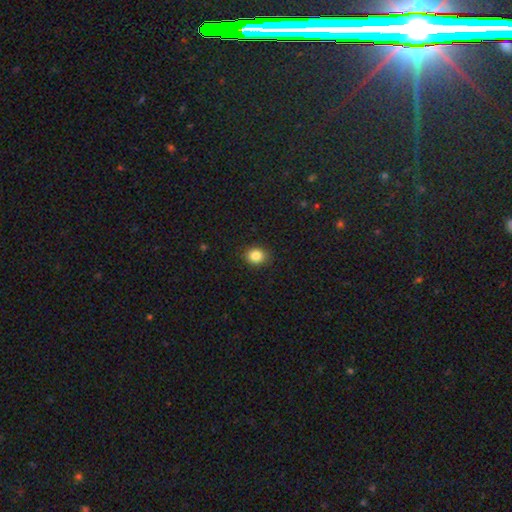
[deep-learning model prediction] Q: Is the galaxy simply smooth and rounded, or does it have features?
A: smooth — 86%.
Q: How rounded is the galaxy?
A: round — 65%.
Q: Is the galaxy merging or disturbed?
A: none — 89%.